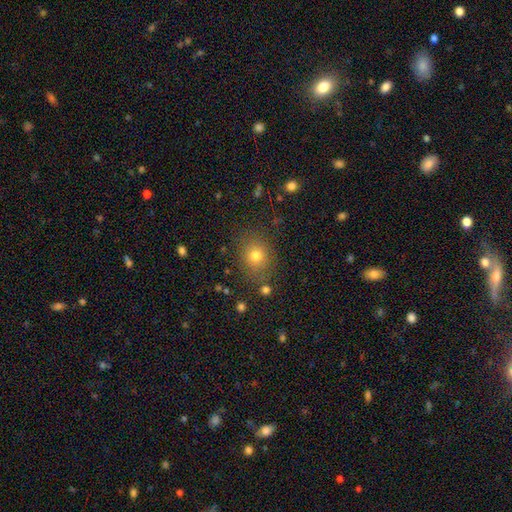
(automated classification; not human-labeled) Overall: smooth (76%). How rounded: round (70%). Merging: none (82%).